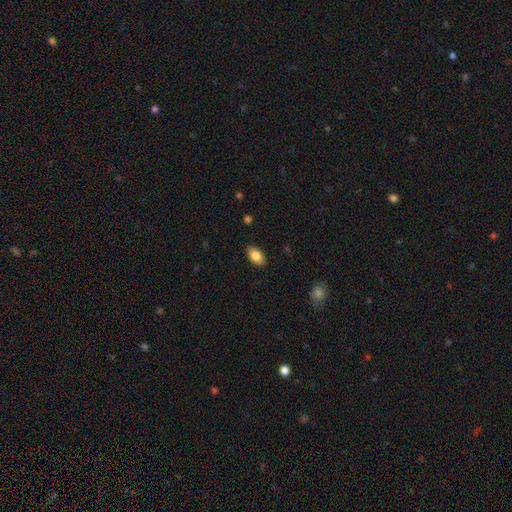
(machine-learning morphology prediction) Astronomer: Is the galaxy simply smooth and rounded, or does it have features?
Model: smooth — 86%.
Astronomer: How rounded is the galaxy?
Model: in between — 92%.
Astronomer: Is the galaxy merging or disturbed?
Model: none — 87%.